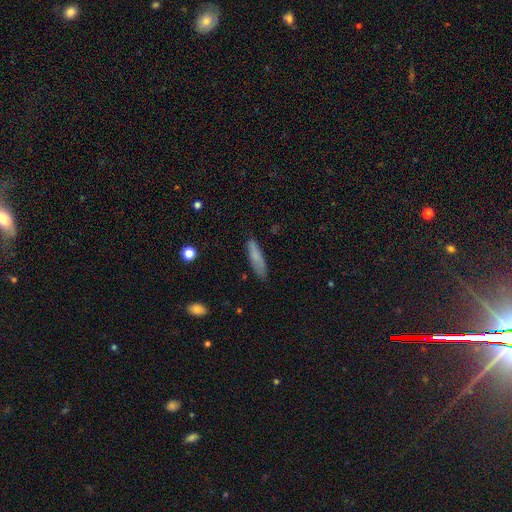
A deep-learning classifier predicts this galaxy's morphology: Smooth or featured? smooth (76%)
How rounded? cigar-shaped (76%)
Merging? none (80%)